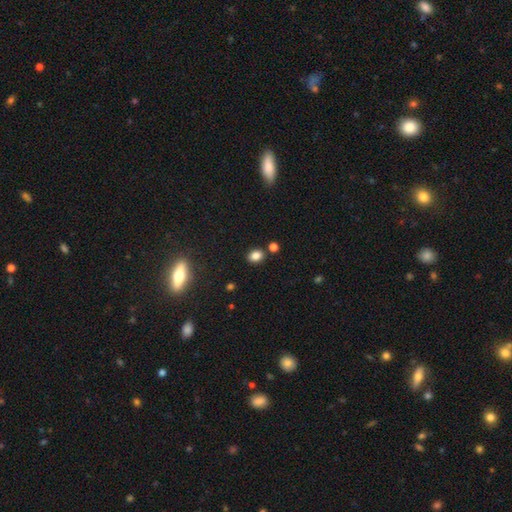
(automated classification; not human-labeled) Morphology: type=smooth (82%); roundness=in between (58%); merging=none (80%).